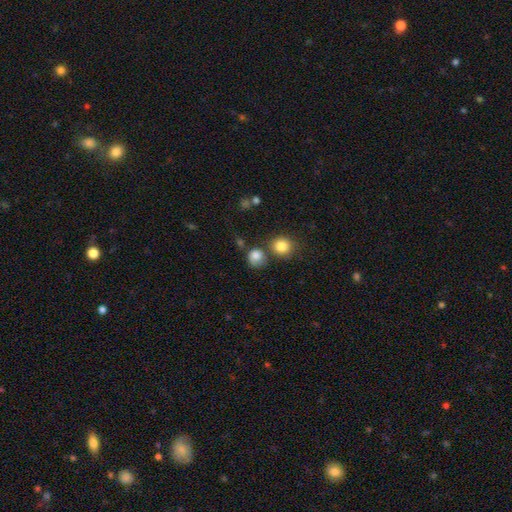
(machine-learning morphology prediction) The model was most divided on "merging": none: 58%, merger: 19%, minor disturbance: 16%, major disturbance: 7%. More confident: how rounded — round (83%); smooth or featured — smooth (82%).